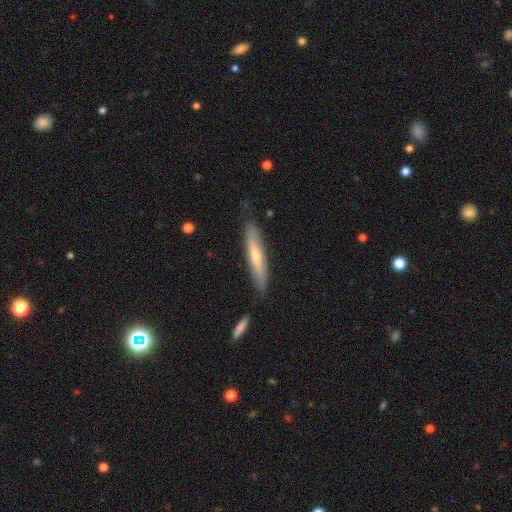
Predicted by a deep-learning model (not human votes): A smooth galaxy with no disk features (48%).

Vote fractions:
- Smooth or featured? smooth: 48% / featured or disk: 46% / star or artifact: 6%
- Merging? none: 81% / minor disturbance: 13% / merger: 3% / major disturbance: 2%